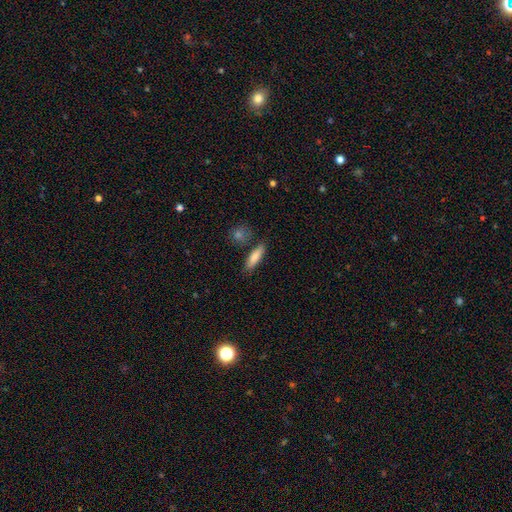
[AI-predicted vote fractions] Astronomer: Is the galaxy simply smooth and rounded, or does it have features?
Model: smooth — 78%.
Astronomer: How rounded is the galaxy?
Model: cigar-shaped — 59% (runner-up: in between, 38%).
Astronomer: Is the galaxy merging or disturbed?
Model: none — 79%.